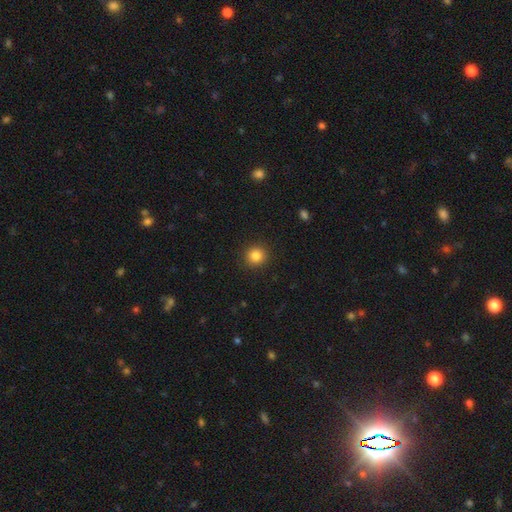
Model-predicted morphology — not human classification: smooth-or-featured: smooth: 85% | star or artifact: 11% | featured or disk: 4%
  how-rounded: round: 93% | in between: 6% | cigar-shaped: 1%
  merging: none: 91% | minor disturbance: 5% | major disturbance: 2% | merger: 1%